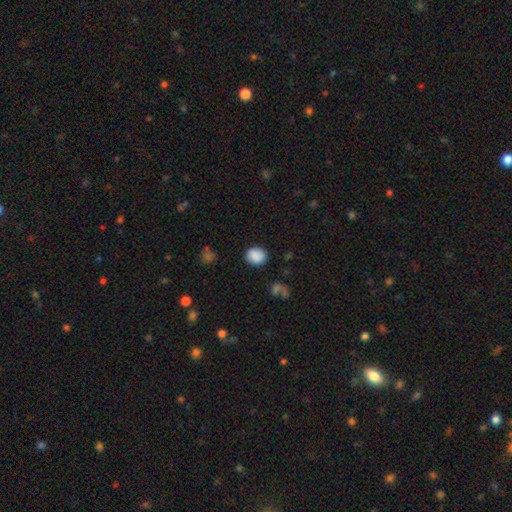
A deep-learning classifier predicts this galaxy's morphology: This is clearly a smooth galaxy (87%). How rounded: likely round (63%). Merging: clearly none (86%).